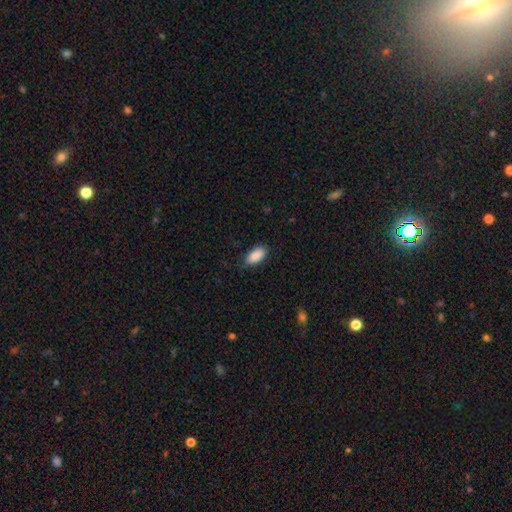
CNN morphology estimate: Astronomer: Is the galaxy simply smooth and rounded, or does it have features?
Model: smooth — 90%.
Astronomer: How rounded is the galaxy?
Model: in between — 90%.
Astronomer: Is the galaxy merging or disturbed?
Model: none — 79%.